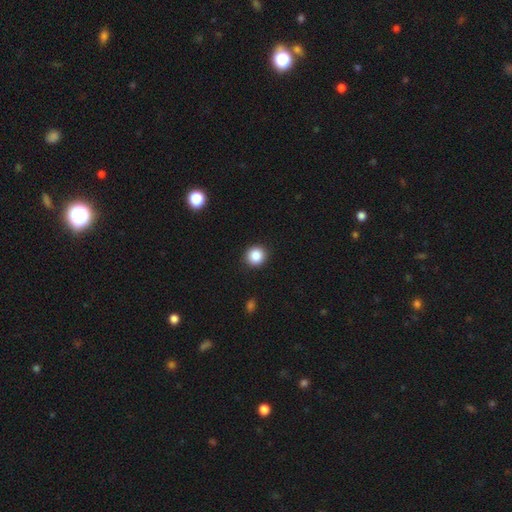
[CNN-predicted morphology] Smooth or featured? smooth (86%)
How rounded? round (92%)
Merging? none (92%)